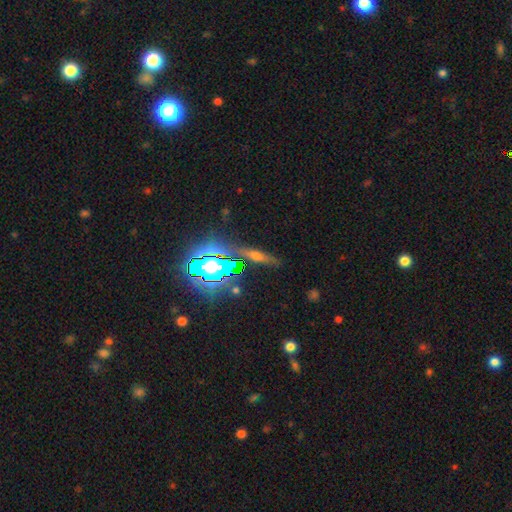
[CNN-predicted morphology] This is marginally a featured or disk galaxy (36%). Merging: clearly none (81%).